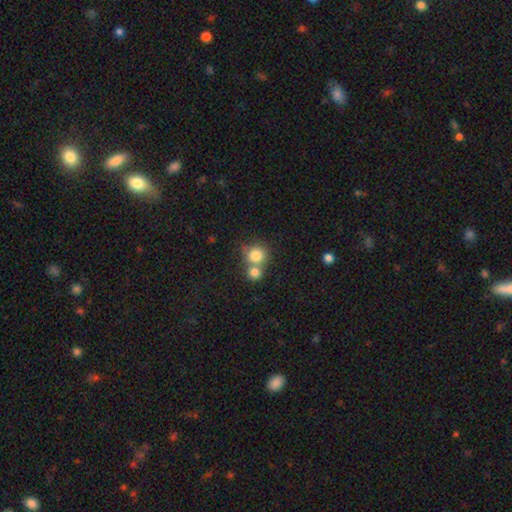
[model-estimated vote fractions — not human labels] Smooth or featured? Predicted: smooth (p=0.81). How rounded? Predicted: round (p=0.87). Merging? Predicted: merger (p=0.48).